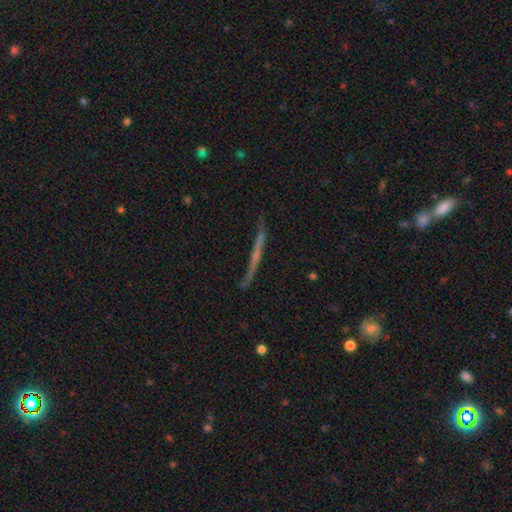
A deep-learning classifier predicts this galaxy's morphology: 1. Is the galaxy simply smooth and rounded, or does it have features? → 66% featured or disk, 24% smooth, 10% star or artifact.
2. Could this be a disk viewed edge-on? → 95% yes, 5% no.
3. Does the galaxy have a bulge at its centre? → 60% none, 32% rounded, 8% boxy.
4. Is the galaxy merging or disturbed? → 78% none, 15% minor disturbance, 4% major disturbance, 3% merger.